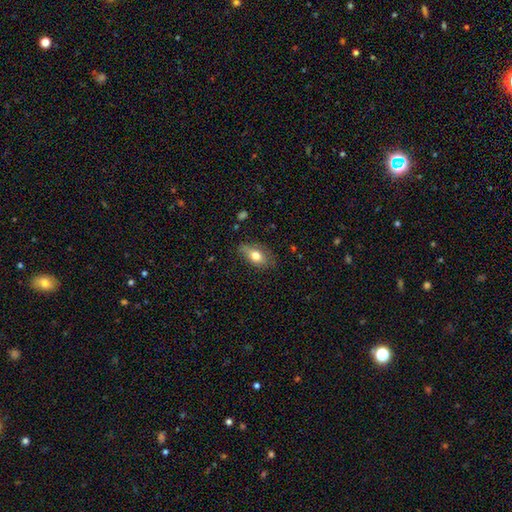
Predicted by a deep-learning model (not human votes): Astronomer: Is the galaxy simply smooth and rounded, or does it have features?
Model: smooth — 74%.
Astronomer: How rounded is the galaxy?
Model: in between — 86%.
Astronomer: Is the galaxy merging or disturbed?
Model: none — 64%.